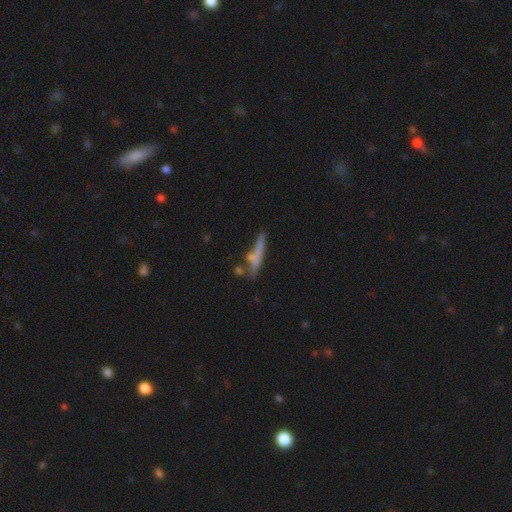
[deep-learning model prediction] A smooth galaxy with no disk features (59%) that is cigar-shaped (87%).

Vote fractions:
- Smooth or featured? smooth: 59% / featured or disk: 32% / star or artifact: 9%
- How rounded? cigar-shaped: 87% / in between: 10% / round: 3%
- Merging? none: 54% / minor disturbance: 21% / merger: 16% / major disturbance: 9%